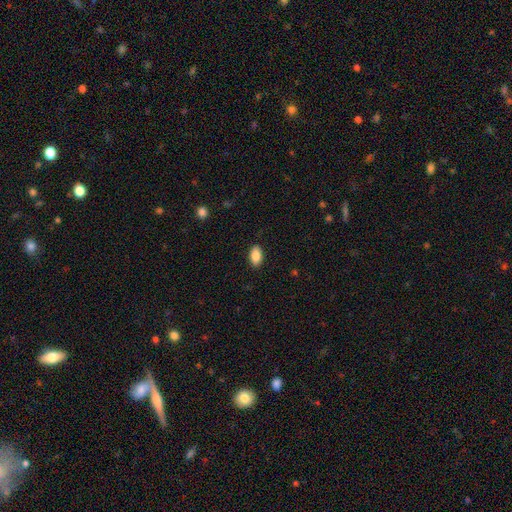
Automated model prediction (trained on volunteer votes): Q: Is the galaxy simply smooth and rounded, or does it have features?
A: smooth — 87%.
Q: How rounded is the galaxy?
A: in between — 93%.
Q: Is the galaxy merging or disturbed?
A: none — 88%.